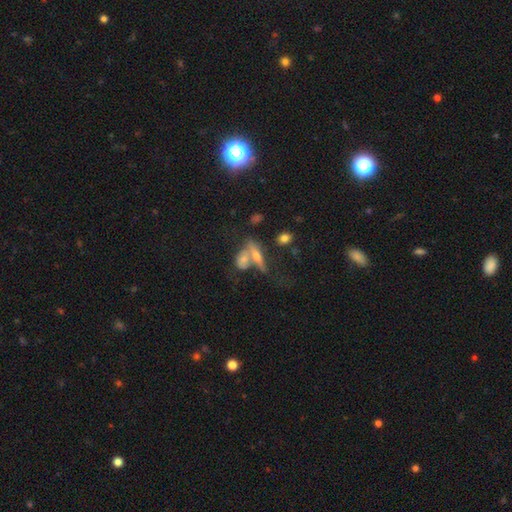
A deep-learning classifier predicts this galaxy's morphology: This appears to be a featured or disk galaxy (45%). Merging: merger (45%).